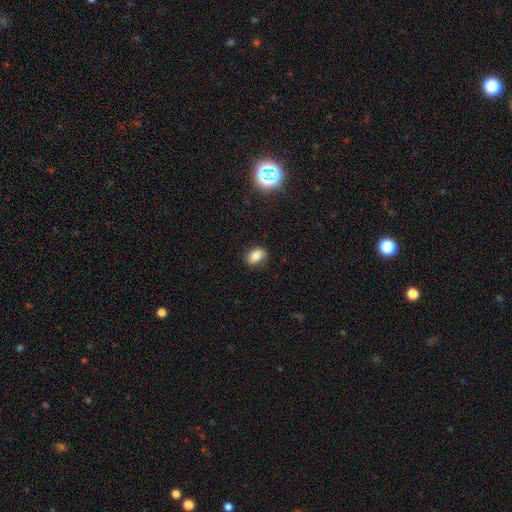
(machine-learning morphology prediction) smooth-or-featured: smooth: 80% | star or artifact: 11% | featured or disk: 9%
  how-rounded: in between: 76% | round: 22% | cigar-shaped: 2%
  merging: none: 83% | minor disturbance: 13% | major disturbance: 3% | merger: 1%